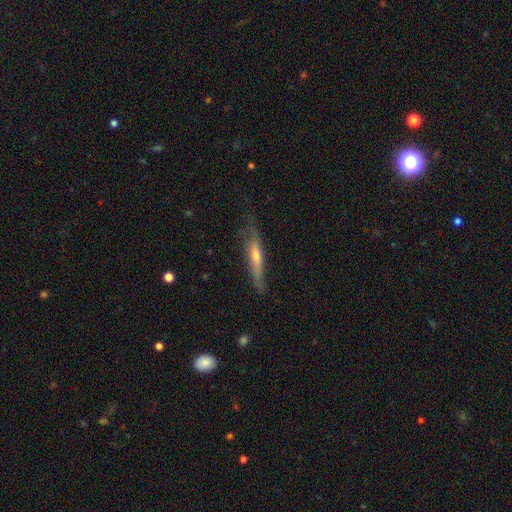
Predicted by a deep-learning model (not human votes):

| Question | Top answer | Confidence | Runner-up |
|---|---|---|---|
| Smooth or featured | featured or disk | 53% | smooth (41%) |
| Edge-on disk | yes | 79% | no (21%) |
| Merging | none | 59% | minor disturbance (27%) |